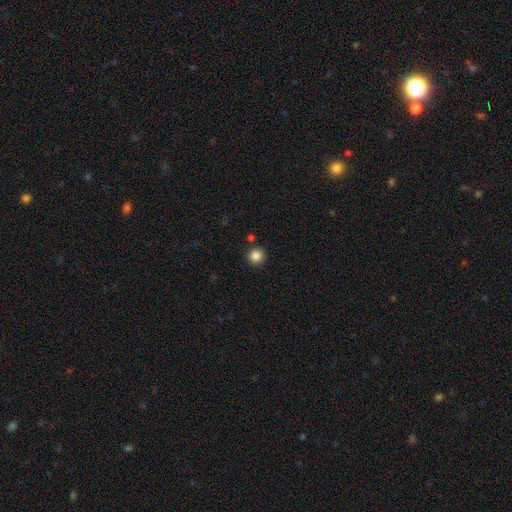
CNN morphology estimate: A smooth galaxy with no disk features (86%) that is round (95%).

Vote fractions:
- Smooth or featured? smooth: 86% / star or artifact: 10% / featured or disk: 3%
- How rounded? round: 95% / in between: 4% / cigar-shaped: 1%
- Merging? none: 87% / minor disturbance: 7% / merger: 4% / major disturbance: 2%